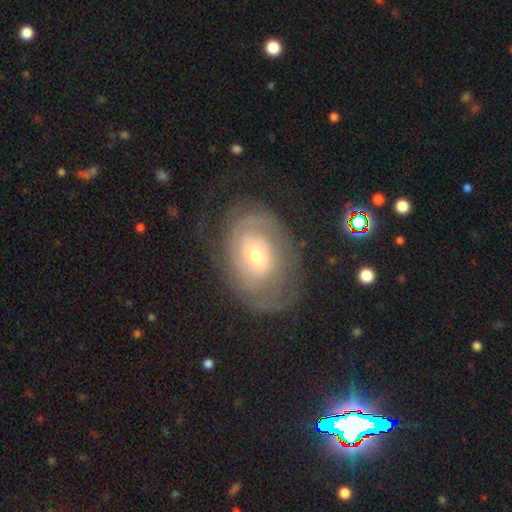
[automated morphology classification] The model was most divided on "bulge size": moderate: 49%, small: 45%, large: 4%, dominant: 1%, none: 1%. Remaining: edge-on disk — no (96%); spiral arms — yes (84%); smooth or featured — featured or disk (76%); merging — none (67%); spiral winding — tight (66%); bar — no (58%); spiral arm count — can't tell (44%).